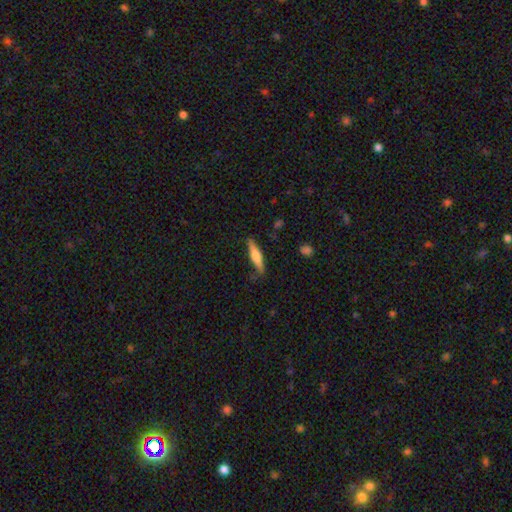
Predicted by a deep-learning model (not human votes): smooth 52%, featured or disk 42%, star or artifact 6%. Down the decision tree: how rounded — cigar-shaped (82%); merging — none (77%).